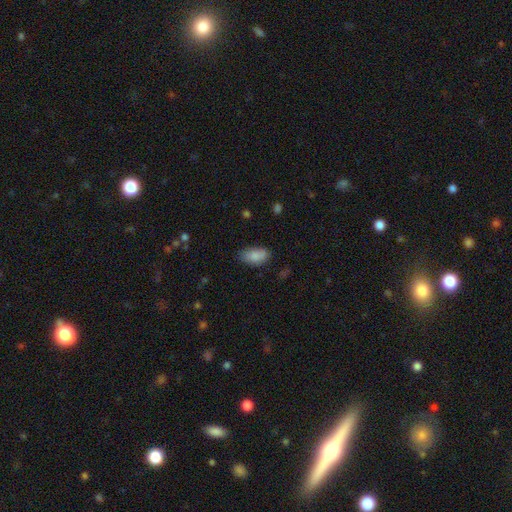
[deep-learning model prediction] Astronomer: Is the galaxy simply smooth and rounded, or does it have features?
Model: smooth — 87%.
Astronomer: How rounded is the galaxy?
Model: in between — 93%.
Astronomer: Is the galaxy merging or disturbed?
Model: none — 77%.